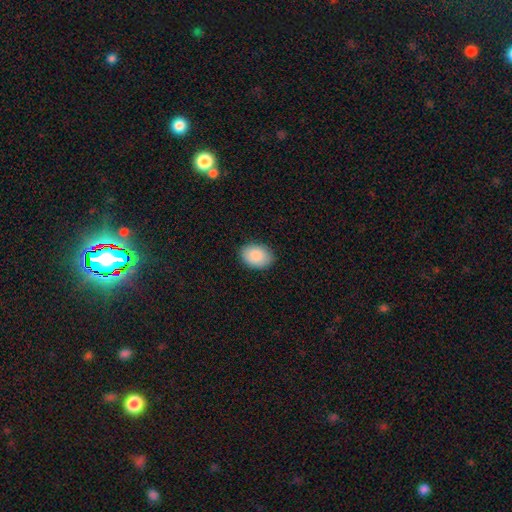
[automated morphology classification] Smooth or featured?
  - smooth: 89% *
  - star or artifact: 6%
  - featured or disk: 4%
How rounded?
  - in between: 77% *
  - round: 22%
  - cigar-shaped: 1%
Merging?
  - none: 87% *
  - minor disturbance: 10%
  - major disturbance: 2%
  - merger: 1%